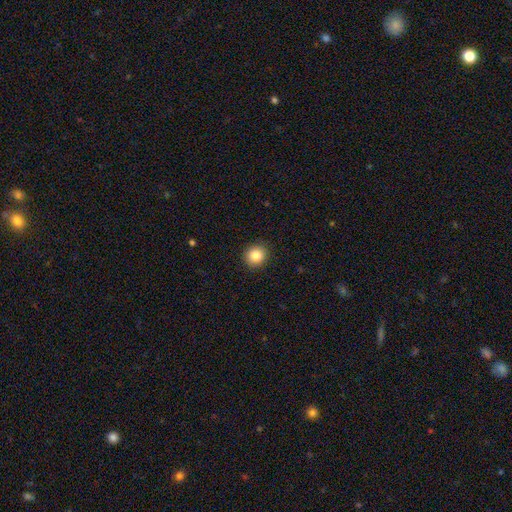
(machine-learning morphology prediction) A smooth galaxy with no disk features (85%) that is round (89%).

Vote fractions:
- Smooth or featured? smooth: 85% / star or artifact: 10% / featured or disk: 5%
- How rounded? round: 89% / in between: 10% / cigar-shaped: 1%
- Merging? none: 92% / minor disturbance: 6% / major disturbance: 2% / merger: 1%